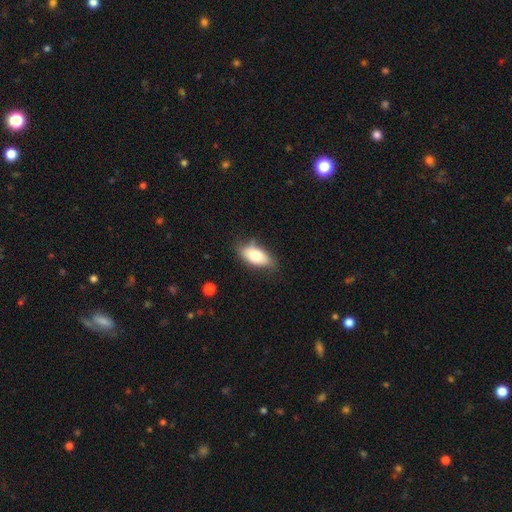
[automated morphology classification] A smooth galaxy with no disk features (74%) that is in between round and cigar-shaped (90%).

Vote fractions:
- Smooth or featured? smooth: 74% / featured or disk: 19% / star or artifact: 7%
- How rounded? in between: 90% / cigar-shaped: 6% / round: 4%
- Merging? none: 75% / minor disturbance: 19% / major disturbance: 4% / merger: 2%